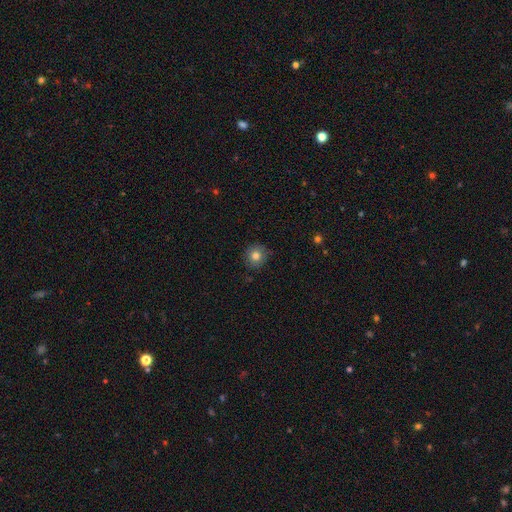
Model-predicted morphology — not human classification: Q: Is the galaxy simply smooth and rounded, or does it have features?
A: smooth — 81%.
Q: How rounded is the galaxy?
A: round — 92%.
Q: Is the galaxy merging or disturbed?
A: none — 86%.